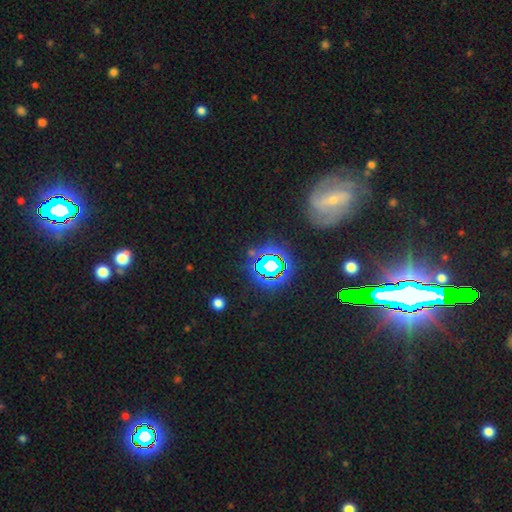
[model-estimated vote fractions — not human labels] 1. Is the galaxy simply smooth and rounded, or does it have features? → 65% star or artifact, 21% featured or disk, 14% smooth.